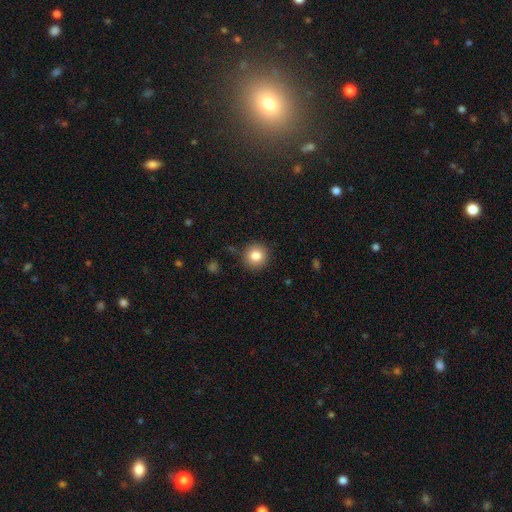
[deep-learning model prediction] Smooth or featured? smooth (83%)
How rounded? round (94%)
Merging? none (89%)